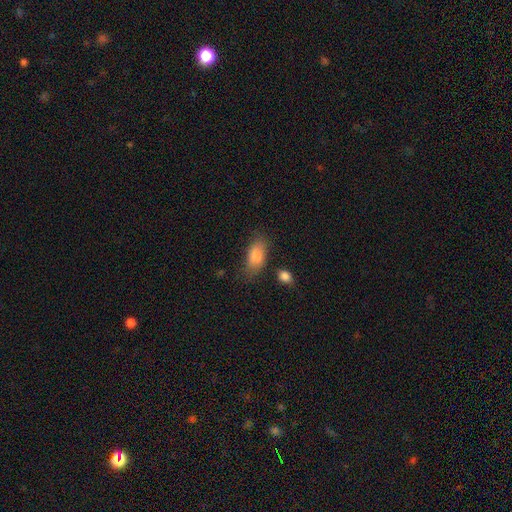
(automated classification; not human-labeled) A smooth galaxy with no disk features (84%) that is in between round and cigar-shaped (87%).

Vote fractions:
- Smooth or featured? smooth: 84% / featured or disk: 8% / star or artifact: 8%
- How rounded? in between: 87% / cigar-shaped: 9% / round: 5%
- Merging? none: 67% / minor disturbance: 22% / major disturbance: 7% / merger: 5%